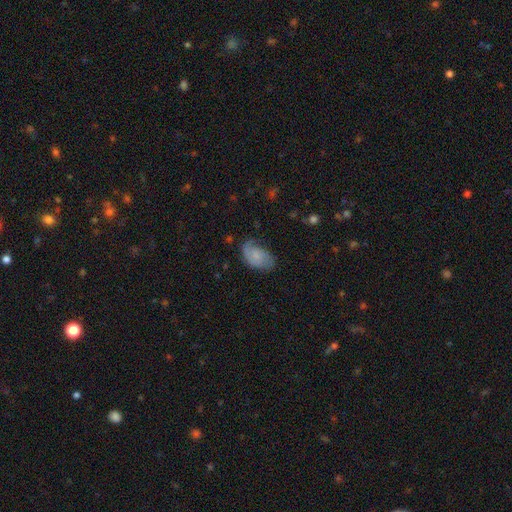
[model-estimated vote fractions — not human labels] Overall: featured or disk (51%; smooth 41%). Edge-on disk: no (97%). Merging: none (55%; minor disturbance 28%).